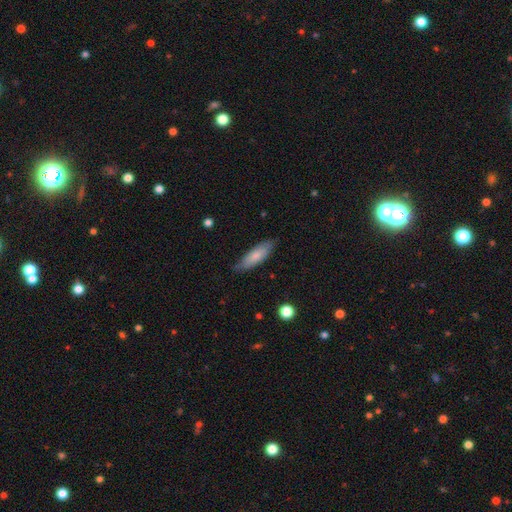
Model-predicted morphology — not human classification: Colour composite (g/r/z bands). It shows a smooth galaxy with no disk features (75%) that is in between round and cigar-shaped (57%). Merging: none (76%).